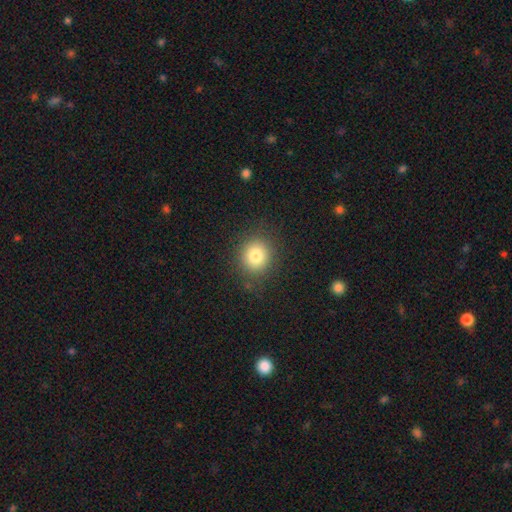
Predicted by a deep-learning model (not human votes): A smooth galaxy with no disk features (80%) that is round (84%). Merging: none (87%).